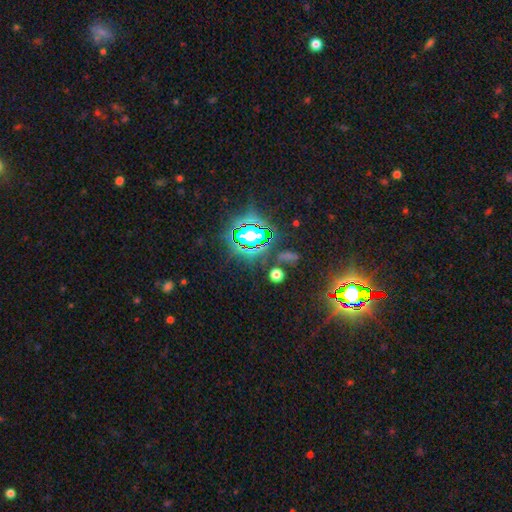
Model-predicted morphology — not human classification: smooth-or-featured: star or artifact: 85% | smooth: 9% | featured or disk: 6%